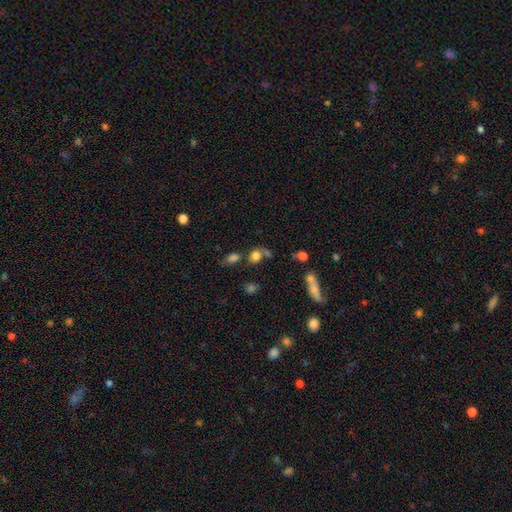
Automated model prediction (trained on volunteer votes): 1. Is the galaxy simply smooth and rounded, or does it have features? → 75% smooth, 14% star or artifact, 10% featured or disk.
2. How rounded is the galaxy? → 59% round, 39% in between, 2% cigar-shaped.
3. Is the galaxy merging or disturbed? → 51% none, 24% merger, 16% minor disturbance, 9% major disturbance.